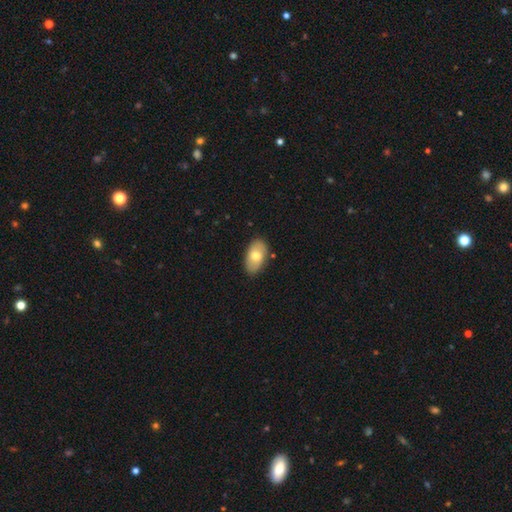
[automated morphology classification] smooth-or-featured: smooth: 68% | featured or disk: 26% | star or artifact: 6%
  how-rounded: in between: 93% | round: 5% | cigar-shaped: 1%
  merging: none: 85% | minor disturbance: 11% | major disturbance: 2% | merger: 2%